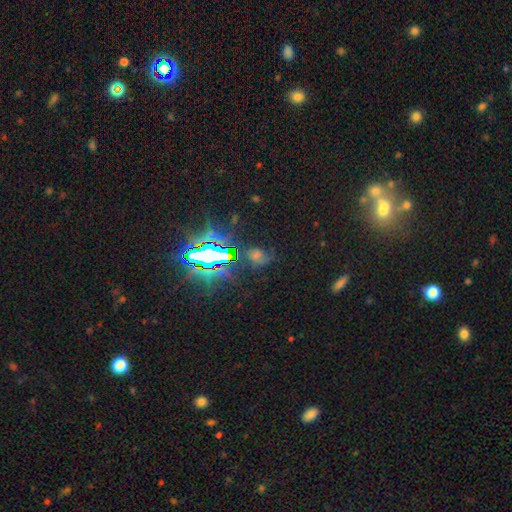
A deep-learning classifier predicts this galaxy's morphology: A star or artifact, not a galaxy (63%).

Vote fractions:
- Smooth or featured? star or artifact: 63% / smooth: 19% / featured or disk: 18%